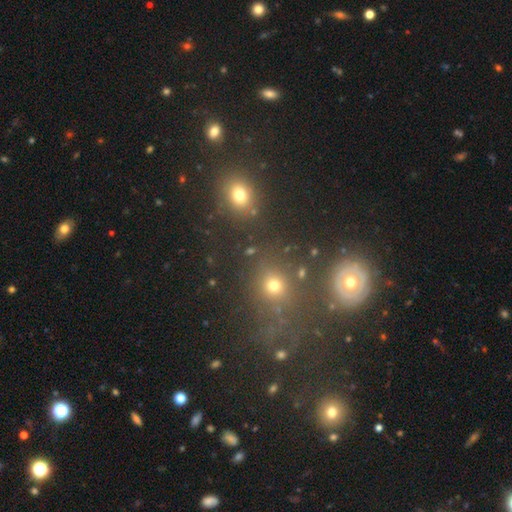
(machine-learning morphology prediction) A smooth galaxy with no disk features (47%). Merging: none (68%).